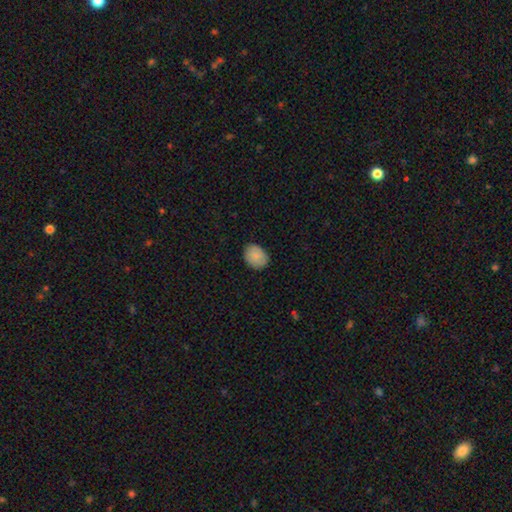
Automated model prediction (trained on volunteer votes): smooth_or_featured: smooth (p=0.87) [alt: star or artifact p=0.07]
how_rounded: in between (p=0.57) [alt: round p=0.42]
merging: none (p=0.82) [alt: minor disturbance p=0.14]